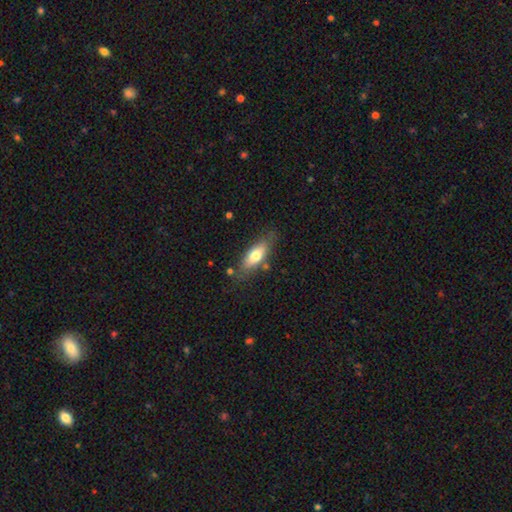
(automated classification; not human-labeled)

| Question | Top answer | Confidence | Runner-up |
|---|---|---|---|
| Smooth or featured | smooth | 67% | featured or disk (27%) |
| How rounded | in between | 68% | cigar-shaped (30%) |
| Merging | none | 75% | minor disturbance (16%) |